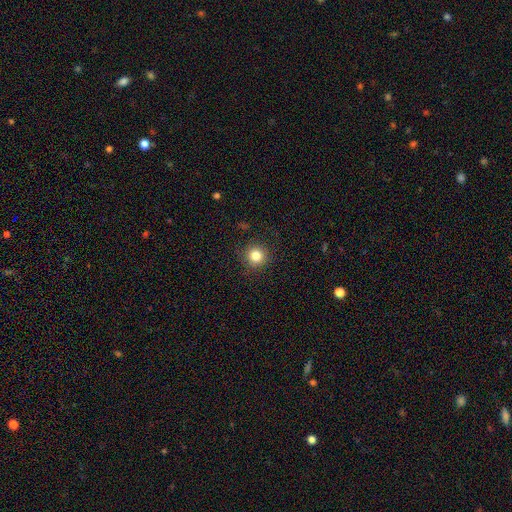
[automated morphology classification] Smooth or featured?
  - smooth: 83% *
  - star or artifact: 12%
  - featured or disk: 5%
How rounded?
  - round: 94% *
  - in between: 5%
  - cigar-shaped: 1%
Merging?
  - none: 90% *
  - minor disturbance: 6%
  - major disturbance: 2%
  - merger: 1%